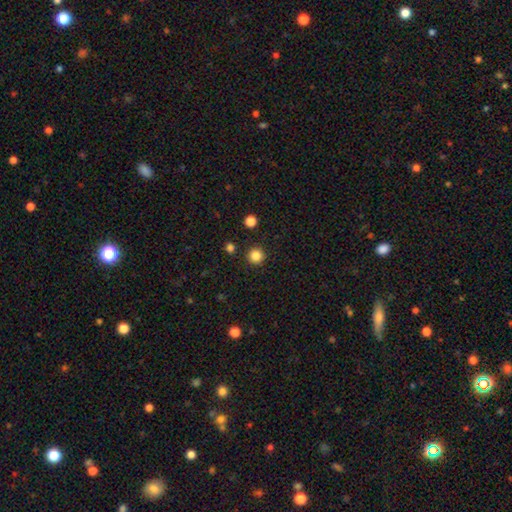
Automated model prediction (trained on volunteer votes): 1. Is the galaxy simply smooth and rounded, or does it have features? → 85% smooth, 12% star or artifact, 4% featured or disk.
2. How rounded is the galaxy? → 95% round, 4% in between, 1% cigar-shaped.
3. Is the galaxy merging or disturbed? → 91% none, 5% minor disturbance, 2% merger, 2% major disturbance.